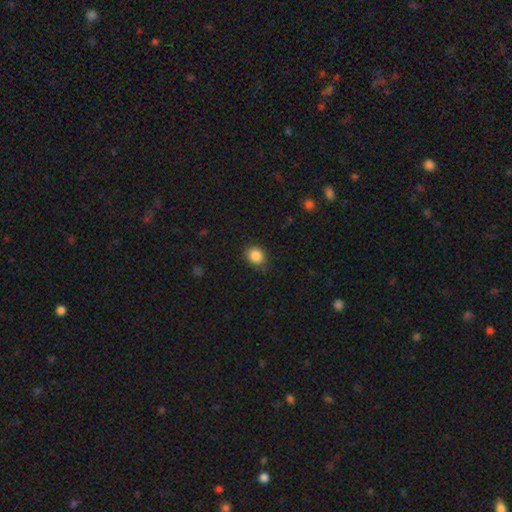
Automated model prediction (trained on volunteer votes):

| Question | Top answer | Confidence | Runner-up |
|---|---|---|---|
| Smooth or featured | smooth | 86% | star or artifact (10%) |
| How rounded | round | 60% | in between (39%) |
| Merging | none | 84% | minor disturbance (12%) |